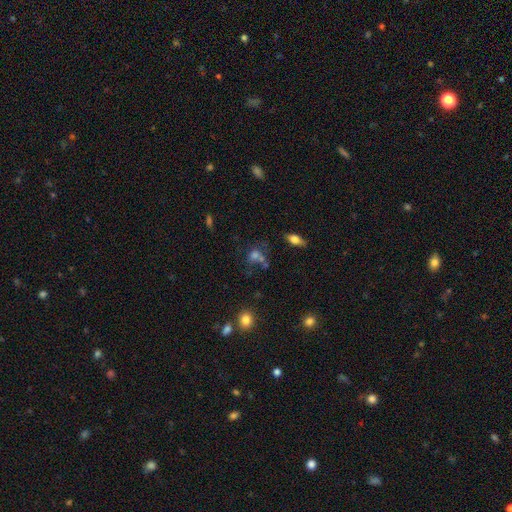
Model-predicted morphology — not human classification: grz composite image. It shows a smooth galaxy with no disk features (66%) that is round (61%). Merging: none (42%).